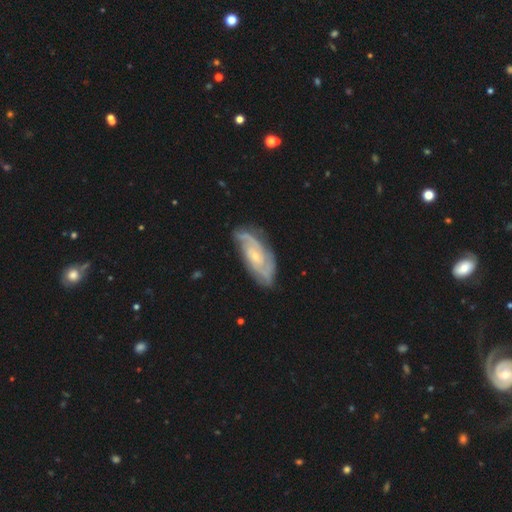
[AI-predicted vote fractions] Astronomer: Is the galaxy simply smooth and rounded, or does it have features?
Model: featured or disk — 85%.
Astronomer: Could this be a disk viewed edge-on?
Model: no — 94%.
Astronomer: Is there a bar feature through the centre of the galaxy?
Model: no — 66%.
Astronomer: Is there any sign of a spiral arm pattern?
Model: yes — 96%.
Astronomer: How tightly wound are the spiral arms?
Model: tight — 54% (runner-up: medium, 36%).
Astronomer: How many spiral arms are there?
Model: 2 — 40% (runner-up: can't tell, 24%).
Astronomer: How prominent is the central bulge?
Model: small — 71%.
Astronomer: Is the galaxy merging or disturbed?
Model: none — 73%.